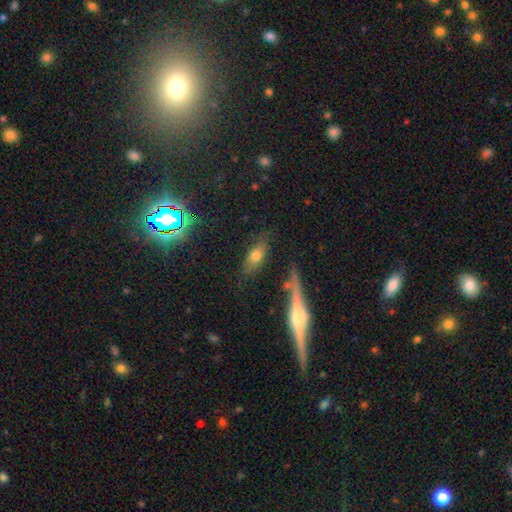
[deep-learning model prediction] A smooth galaxy with no disk features (64%) that is in between round and cigar-shaped (71%). Merging: none (73%).